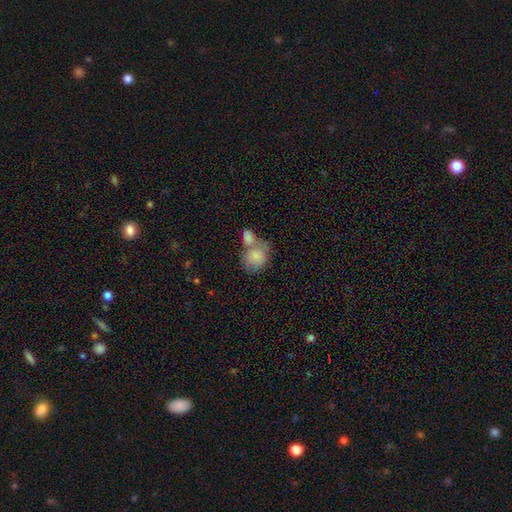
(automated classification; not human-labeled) Overall: smooth (81%). How rounded: round (56%; in between 43%). Merging: merger (58%; none 25%).